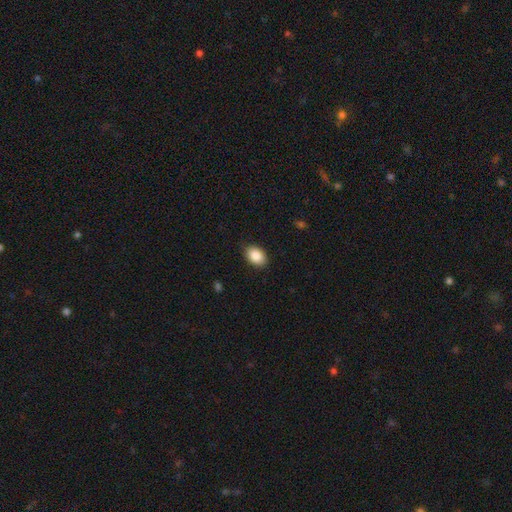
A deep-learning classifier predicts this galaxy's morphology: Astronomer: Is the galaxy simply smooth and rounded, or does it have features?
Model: smooth — 88%.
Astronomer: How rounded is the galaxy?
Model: in between — 82%.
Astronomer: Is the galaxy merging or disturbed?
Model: none — 86%.